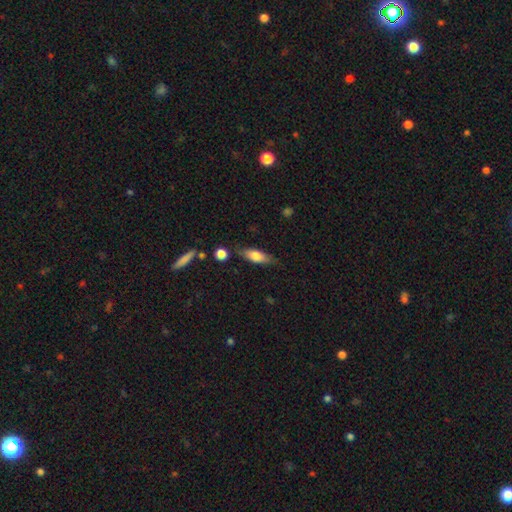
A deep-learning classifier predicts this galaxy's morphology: type=smooth (69%); roundness=in between (61%); merging=none (73%).